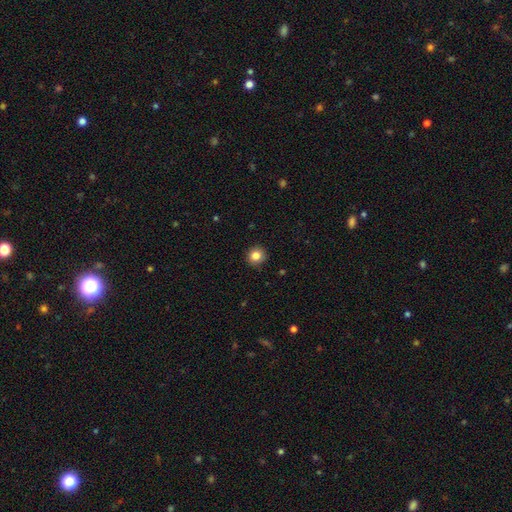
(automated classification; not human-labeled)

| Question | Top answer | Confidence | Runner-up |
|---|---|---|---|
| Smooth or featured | smooth | 83% | star or artifact (11%) |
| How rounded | round | 91% | in between (8%) |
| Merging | none | 90% | minor disturbance (7%) |